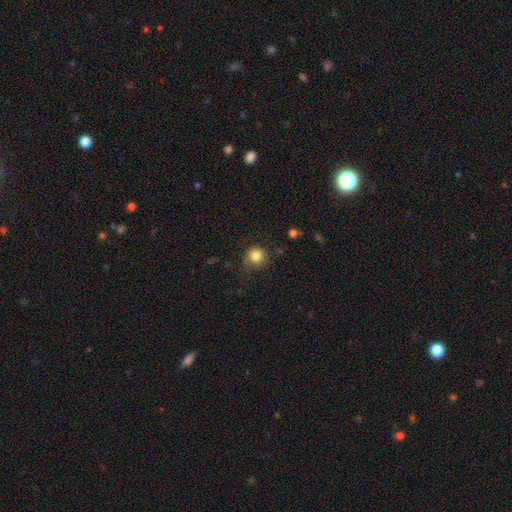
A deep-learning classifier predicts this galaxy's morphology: Overall: smooth (84%). How rounded: round (89%). Merging: none (73%).